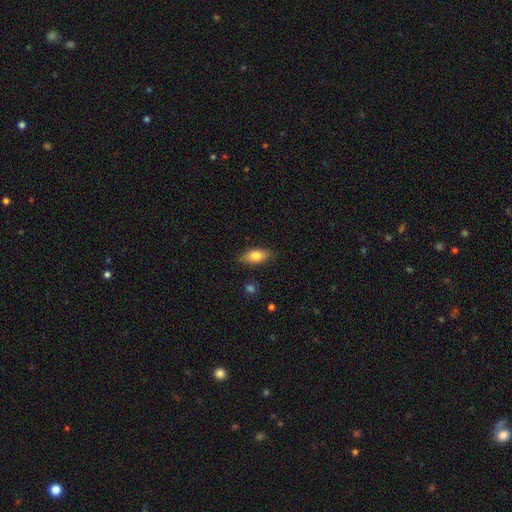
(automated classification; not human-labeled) This appears to be a smooth galaxy with no disk features (80%) that is in between round and cigar-shaped (86%). Merging: none (84%).